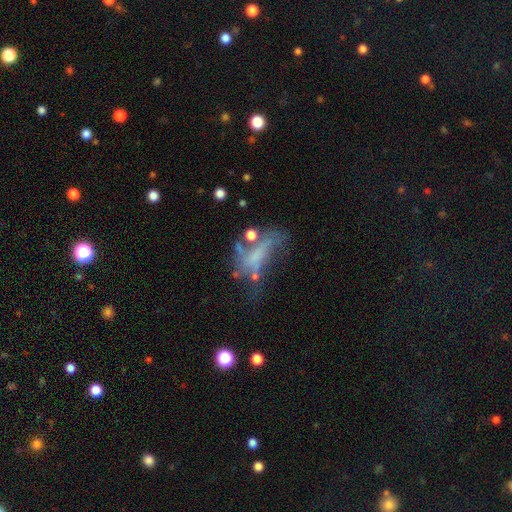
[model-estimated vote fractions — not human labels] Smooth or featured: featured or disk — 49% (smooth — 35%)
Merging: major disturbance — 39% (none — 28%)